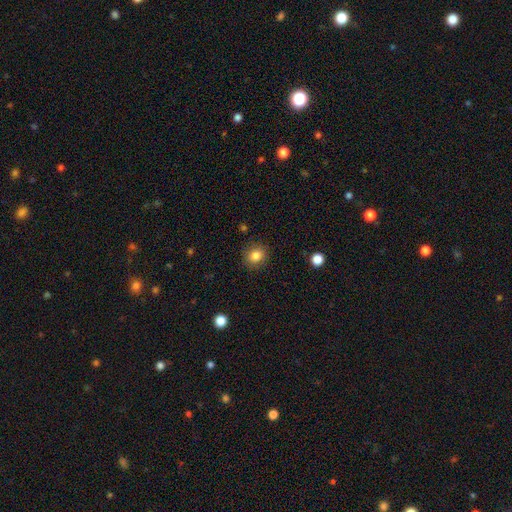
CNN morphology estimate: smooth_or_featured: smooth (p=0.83) [alt: star or artifact p=0.11]
how_rounded: round (p=0.81) [alt: in between p=0.18]
merging: none (p=0.88) [alt: minor disturbance p=0.08]